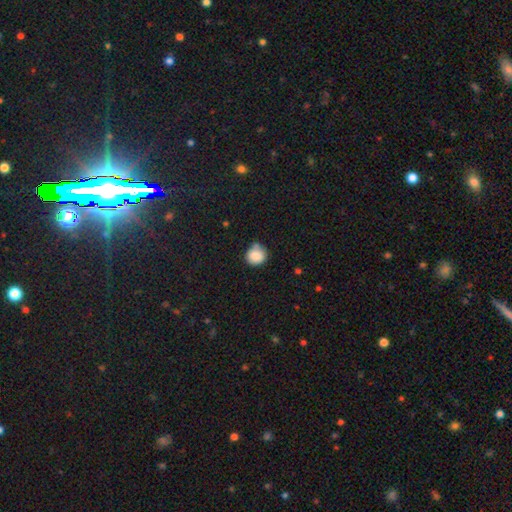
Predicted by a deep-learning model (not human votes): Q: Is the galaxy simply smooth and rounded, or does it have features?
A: smooth — 85%.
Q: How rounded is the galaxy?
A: round — 86%.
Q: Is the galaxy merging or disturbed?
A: none — 59%.